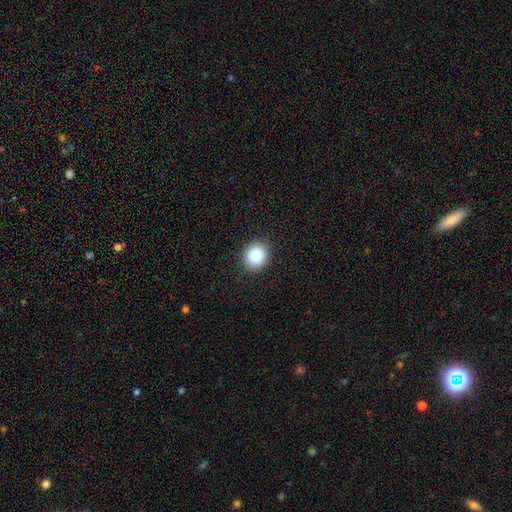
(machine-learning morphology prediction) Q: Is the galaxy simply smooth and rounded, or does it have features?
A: smooth — 87%.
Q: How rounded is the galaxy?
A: round — 75%.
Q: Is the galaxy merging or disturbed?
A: none — 89%.